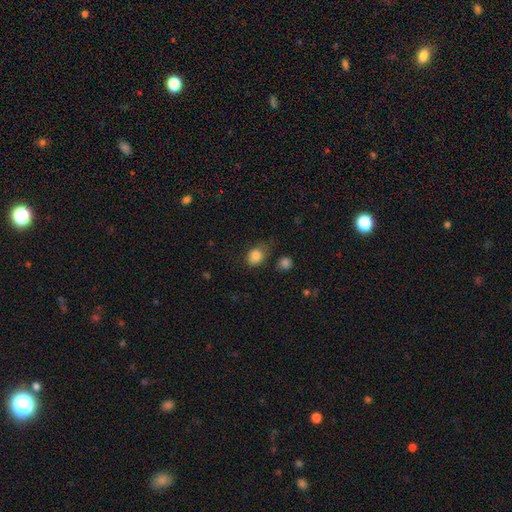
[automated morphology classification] smooth_or_featured: smooth (p=0.83) [alt: star or artifact p=0.10]
how_rounded: round (p=0.50) [alt: in between p=0.49]
merging: none (p=0.50) [alt: minor disturbance p=0.32]